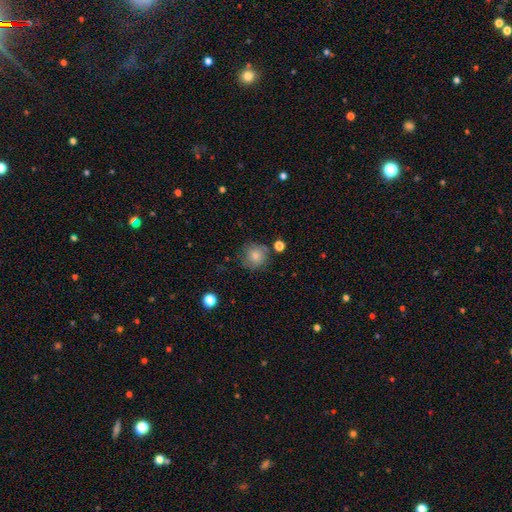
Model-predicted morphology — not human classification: The model was most divided on "merging": none: 72%, minor disturbance: 17%, merger: 6%, major disturbance: 5%. More confident: how rounded — round (92%); smooth or featured — smooth (79%).